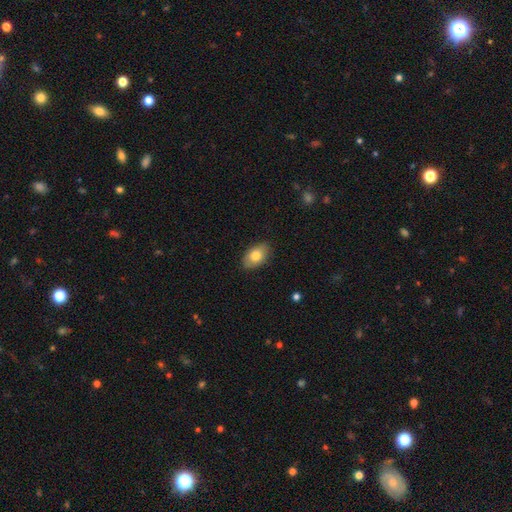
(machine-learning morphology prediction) Smooth or featured? smooth (77%)
How rounded? in between (89%)
Merging? none (85%)